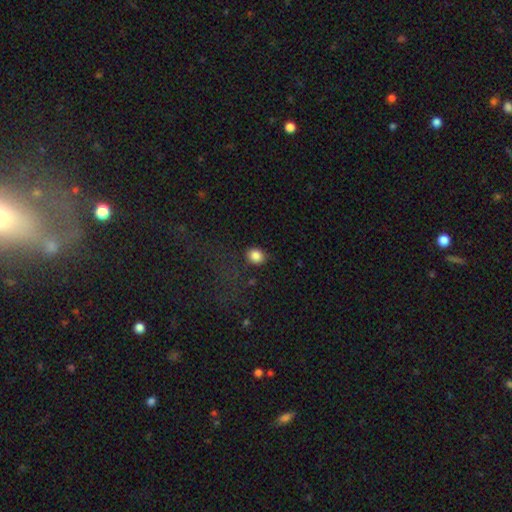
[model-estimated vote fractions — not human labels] smooth-or-featured: smooth: 85% | star or artifact: 10% | featured or disk: 5%
  how-rounded: round: 57% | in between: 42% | cigar-shaped: 1%
  merging: none: 79% | minor disturbance: 14% | major disturbance: 5% | merger: 2%